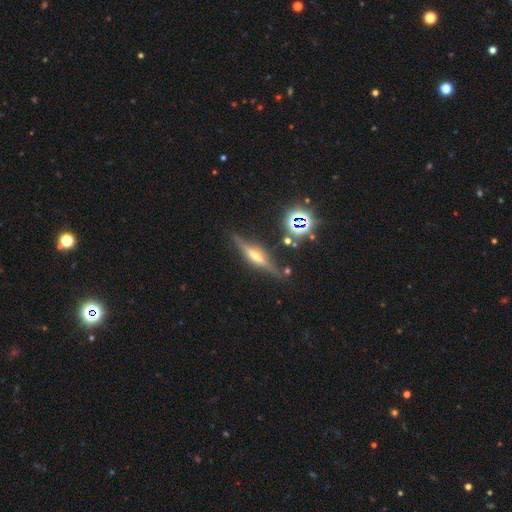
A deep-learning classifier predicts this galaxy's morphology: Overall: featured or disk (73%). Edge-on disk: yes (95%). Edge-on bulge: rounded (81%). Merging: none (83%).